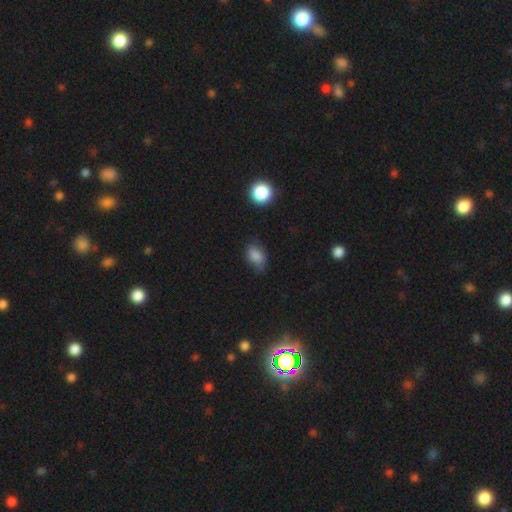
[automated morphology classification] A smooth galaxy with no disk features (83%) that is in between round and cigar-shaped (82%).

Vote fractions:
- Smooth or featured? smooth: 83% / star or artifact: 10% / featured or disk: 7%
- How rounded? in between: 82% / round: 16% / cigar-shaped: 2%
- Merging? none: 62% / minor disturbance: 30% / major disturbance: 6% / merger: 2%